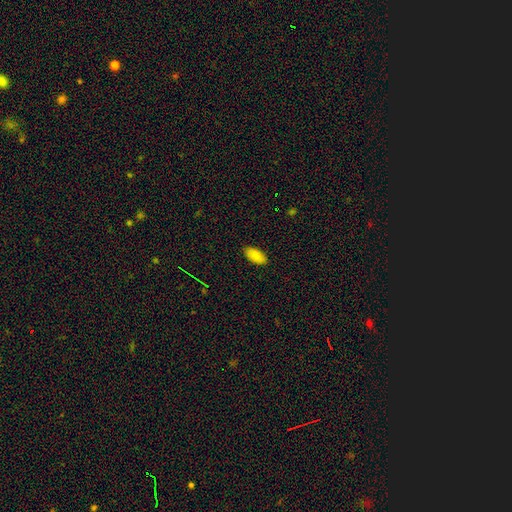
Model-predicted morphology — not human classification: A smooth galaxy with no disk features (84%) that is in between round and cigar-shaped (92%). Merging: none (88%).